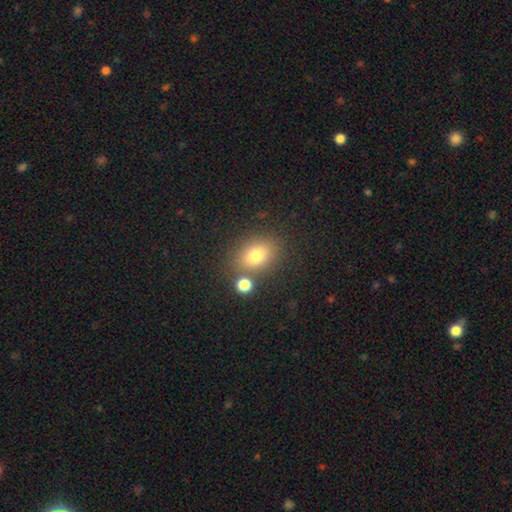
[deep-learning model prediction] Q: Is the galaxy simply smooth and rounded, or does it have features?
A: smooth — 78%.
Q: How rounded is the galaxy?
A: in between — 71%.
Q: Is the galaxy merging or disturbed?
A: none — 73%.